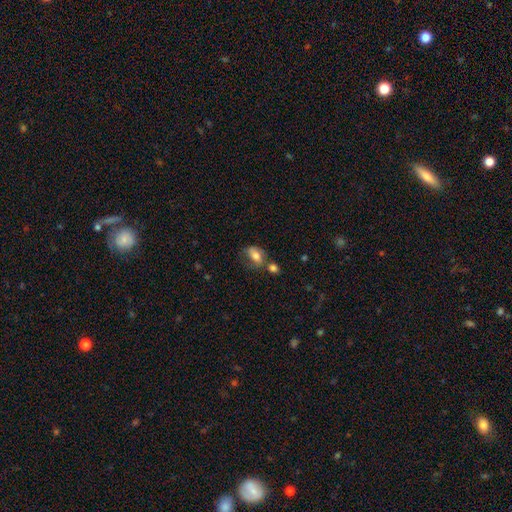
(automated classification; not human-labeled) Smooth or featured: smooth — 68% (featured or disk — 23%)
How rounded: in between — 83% (round — 13%)
Merging: none — 42% (merger — 28%)